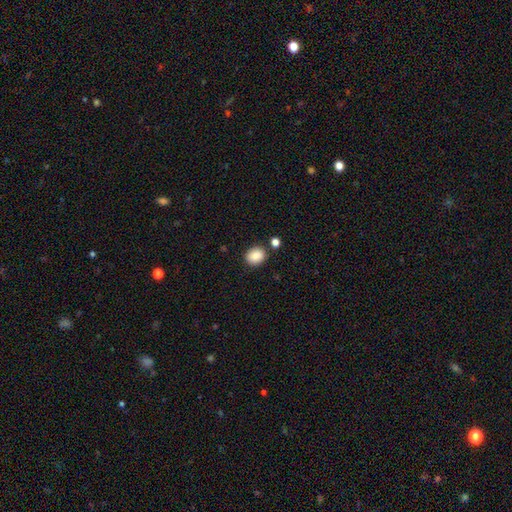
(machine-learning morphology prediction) smooth_or_featured: smooth (p=0.87) [alt: star or artifact p=0.09]
how_rounded: round (p=0.63) [alt: in between p=0.36]
merging: none (p=0.83) [alt: minor disturbance p=0.09]